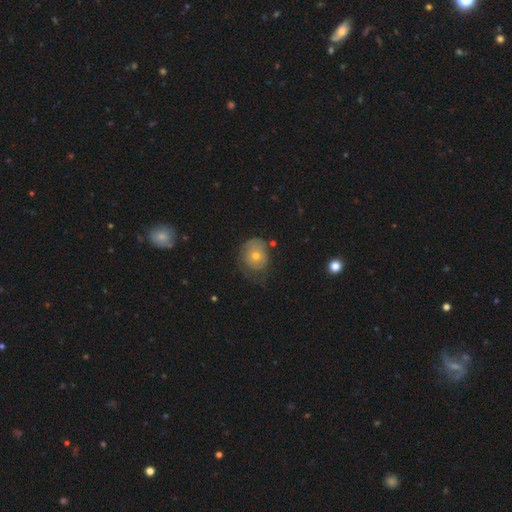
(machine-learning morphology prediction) Smooth or featured?
  - smooth: 54% *
  - featured or disk: 38%
  - star or artifact: 8%
How rounded?
  - round: 67% *
  - in between: 32%
  - cigar-shaped: 1%
Merging?
  - none: 47% *
  - minor disturbance: 31%
  - major disturbance: 18%
  - merger: 3%